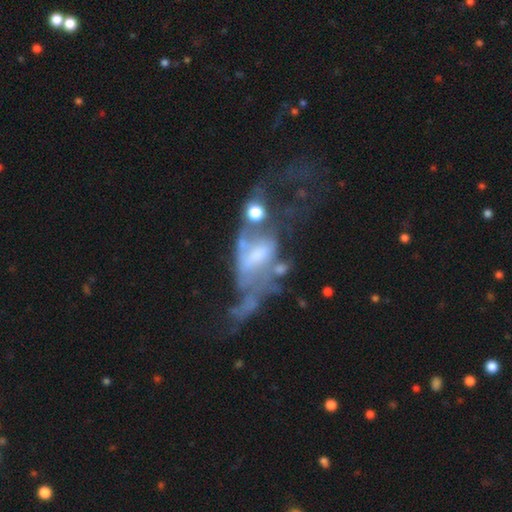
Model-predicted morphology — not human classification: Smooth or featured: featured or disk — 67% (smooth — 20%)
Edge-on disk: no — 93% (yes — 7%)
Bar: no — 49% (weak — 33%)
Spiral arms: no — 54% (yes — 46%)
Bulge size: moderate — 34% (small — 30%)
Merging: major disturbance — 43% (merger — 31%)